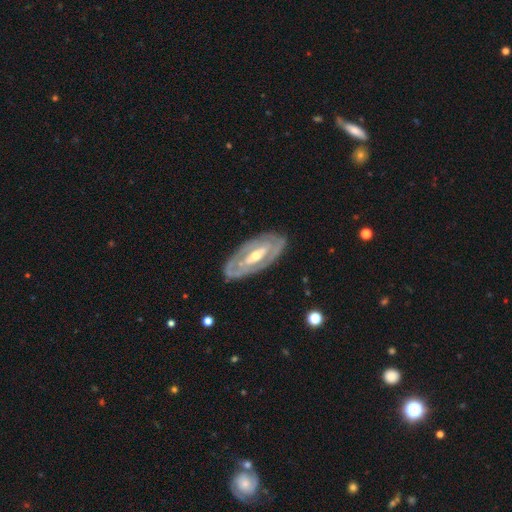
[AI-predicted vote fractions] featured or disk 82%, smooth 14%, star or artifact 4%. Down the decision tree: edge-on disk — no (90%); bar — strong (35%); spiral arms — yes (66%); bulge size — moderate (58%); merging — none (83%).